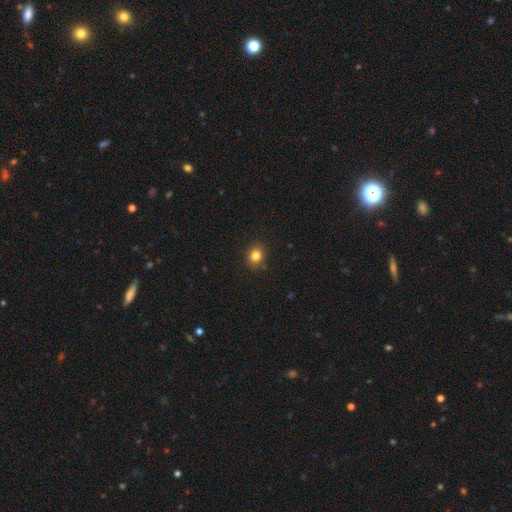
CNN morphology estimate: A smooth galaxy with no disk features (82%) that is round (71%). Merging: none (88%).